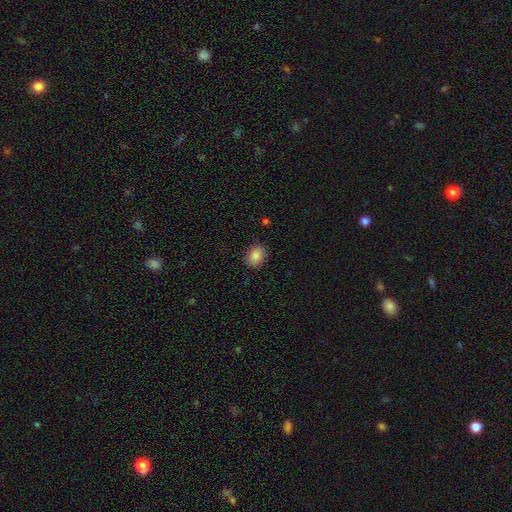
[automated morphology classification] Smooth or featured?
  - smooth: 86% *
  - star or artifact: 9%
  - featured or disk: 5%
How rounded?
  - in between: 61% *
  - round: 38%
  - cigar-shaped: 1%
Merging?
  - none: 84% *
  - minor disturbance: 12%
  - major disturbance: 3%
  - merger: 1%